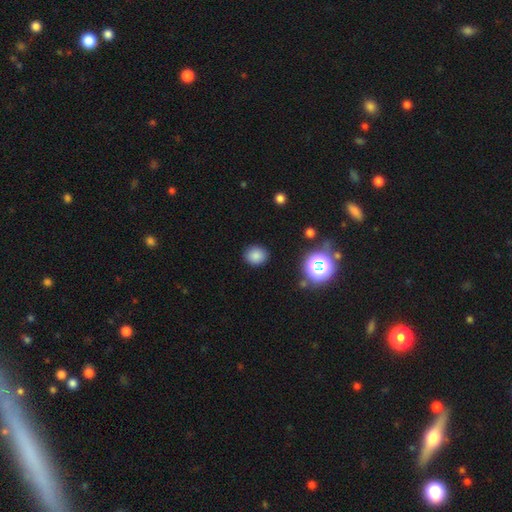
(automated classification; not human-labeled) Smooth or featured? smooth (82%)
How rounded? round (74%)
Merging? none (88%)